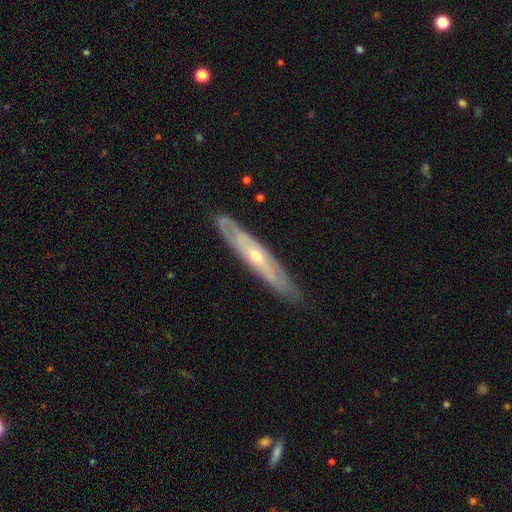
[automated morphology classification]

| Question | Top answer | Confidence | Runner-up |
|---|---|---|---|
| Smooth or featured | featured or disk | 72% | smooth (22%) |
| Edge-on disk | yes | 62% | no (38%) |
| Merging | none | 85% | minor disturbance (12%) |